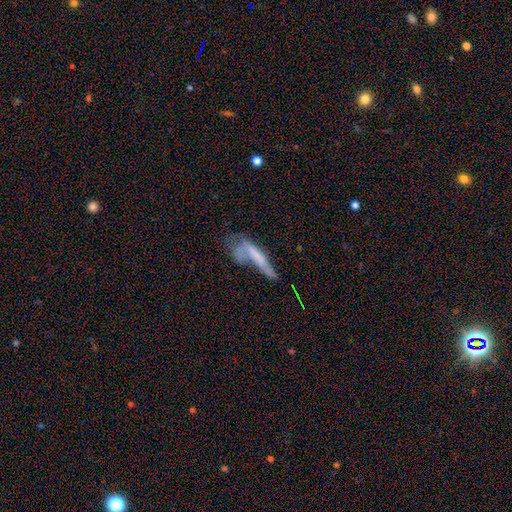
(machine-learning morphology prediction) smooth 52%, featured or disk 38%, star or artifact 10%. Down the decision tree: how rounded — cigar-shaped (77%); merging — major disturbance (38%).